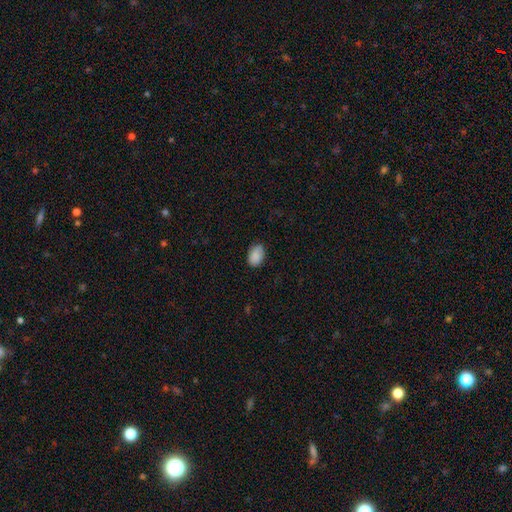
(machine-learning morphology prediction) Q: Smooth or featured?
A: smooth (87%); runner-up: star or artifact (7%)
Q: How rounded?
A: in between (88%); runner-up: round (11%)
Q: Merging?
A: none (79%); runner-up: minor disturbance (17%)